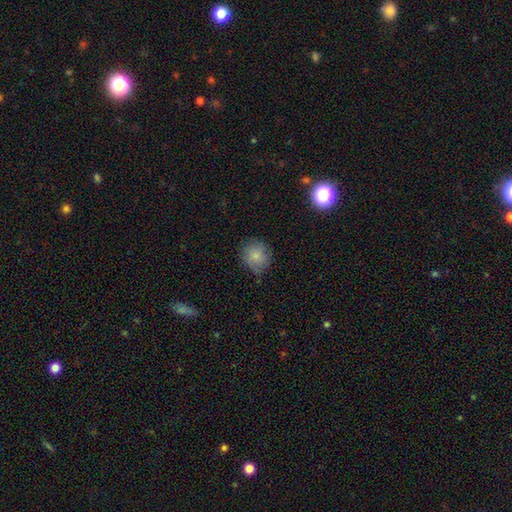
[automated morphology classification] A smooth galaxy with no disk features (82%) that is round (82%).

Vote fractions:
- Smooth or featured? smooth: 82% / star or artifact: 9% / featured or disk: 9%
- How rounded? round: 82% / in between: 17% / cigar-shaped: 1%
- Merging? none: 74% / minor disturbance: 20% / major disturbance: 4% / merger: 1%